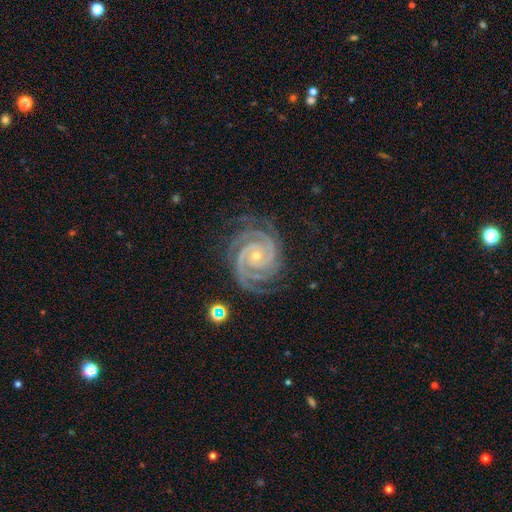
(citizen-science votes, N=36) Q: Smooth or featured?
A: featured or disk (97%); runner-up: smooth (3%)
Q: Edge-on disk?
A: no (97%); runner-up: yes (3%)
Q: Bar?
A: no (59%); runner-up: strong (26%)
Q: Spiral arms?
A: yes (100%)
Q: Spiral winding?
A: tight (82%); runner-up: medium (18%)
Q: Spiral arm count?
A: 4 (56%); runner-up: 3 (35%)
Q: Bulge size?
A: small (71%); runner-up: moderate (29%)
Q: Merging?
A: none (78%); runner-up: major disturbance (14%)